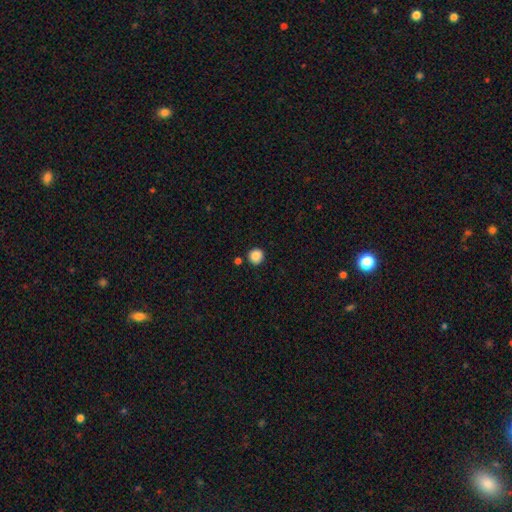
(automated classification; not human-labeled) This is clearly a smooth galaxy (87%). How rounded: clearly round (92%). Merging: clearly none (86%).